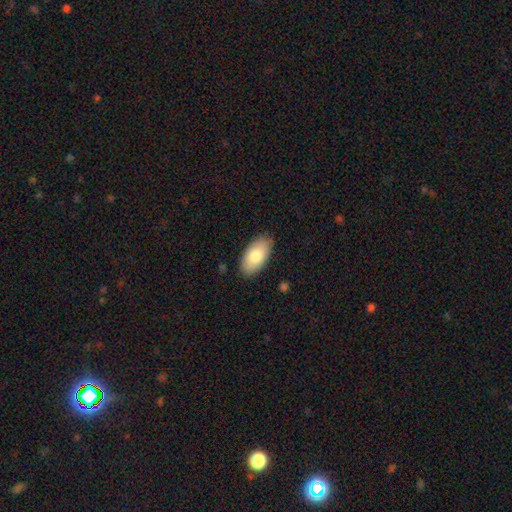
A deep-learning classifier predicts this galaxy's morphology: A smooth galaxy with no disk features (78%) that is in between round and cigar-shaped (95%).

Vote fractions:
- Smooth or featured? smooth: 78% / featured or disk: 16% / star or artifact: 6%
- How rounded? in between: 95% / round: 3% / cigar-shaped: 2%
- Merging? none: 87% / minor disturbance: 10% / major disturbance: 2% / merger: 1%